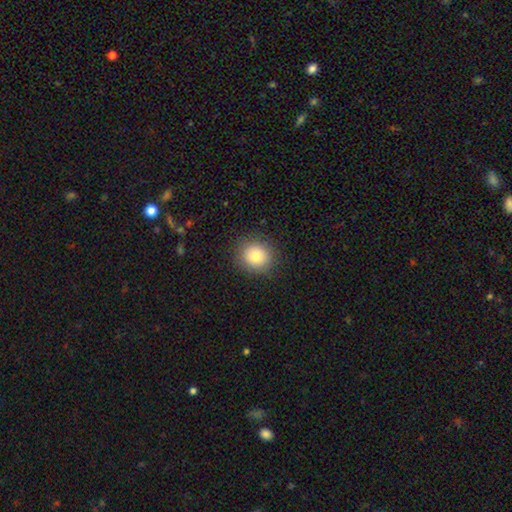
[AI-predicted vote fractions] smooth-or-featured: smooth: 82% | star or artifact: 10% | featured or disk: 8%
  how-rounded: round: 85% | in between: 14% | cigar-shaped: 1%
  merging: none: 89% | minor disturbance: 8% | major disturbance: 3% | merger: 1%